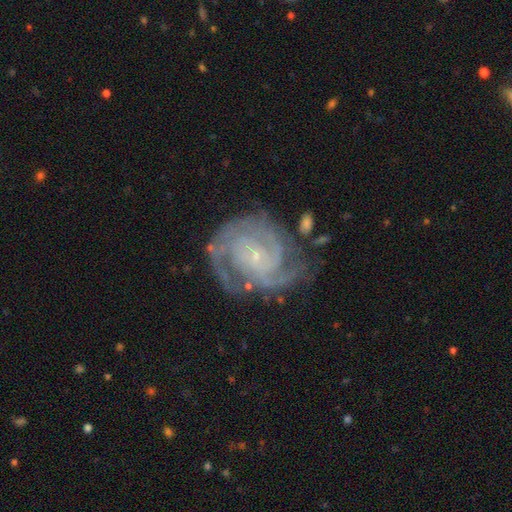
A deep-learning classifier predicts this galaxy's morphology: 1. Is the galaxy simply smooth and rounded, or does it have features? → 90% featured or disk, 5% star or artifact, 4% smooth.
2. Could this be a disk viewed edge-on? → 98% no, 2% yes.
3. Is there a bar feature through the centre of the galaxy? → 70% no, 23% weak, 7% strong.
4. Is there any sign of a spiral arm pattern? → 98% yes, 2% no.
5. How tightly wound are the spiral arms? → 67% tight, 29% medium, 4% loose.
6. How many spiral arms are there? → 28% 2 (tied), 28% 3 (tied), 16% can't tell, 15% 4, 7% more than 4, 7% 1.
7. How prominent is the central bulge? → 87% small, 7% moderate, 4% none, 1% large, 1% dominant.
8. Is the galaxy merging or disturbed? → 69% none, 19% minor disturbance, 9% major disturbance, 3% merger.